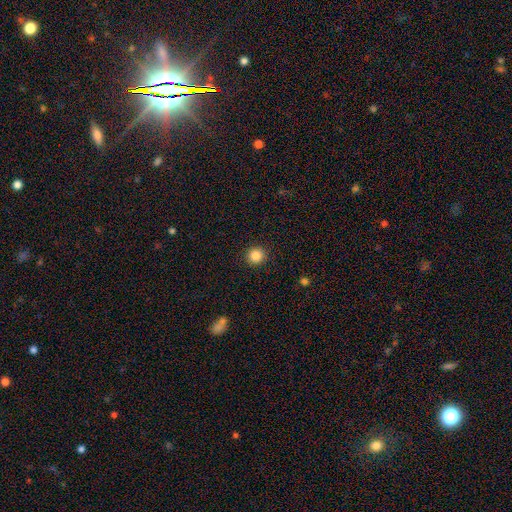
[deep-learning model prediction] Smooth or featured? smooth (86%)
How rounded? round (94%)
Merging? none (92%)